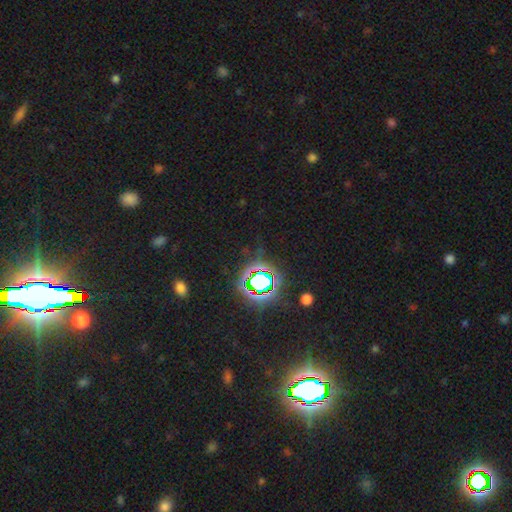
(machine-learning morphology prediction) This is clearly a star or artifact rather than a galaxy (81%).